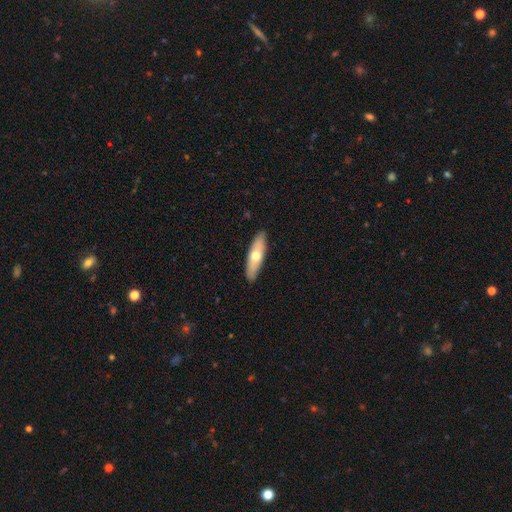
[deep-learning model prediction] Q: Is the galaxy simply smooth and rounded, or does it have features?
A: smooth — 59%.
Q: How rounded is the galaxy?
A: cigar-shaped — 59%.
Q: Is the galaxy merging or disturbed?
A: none — 89%.